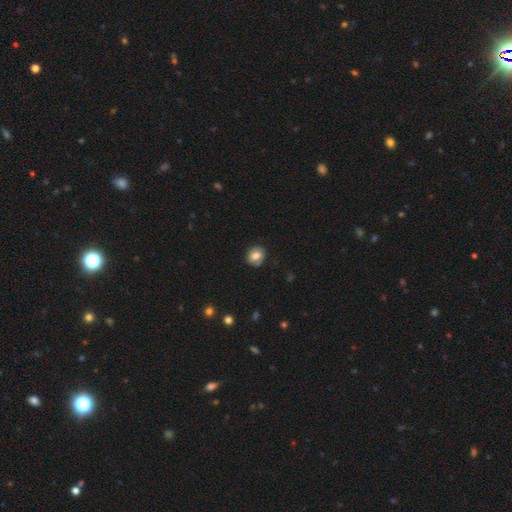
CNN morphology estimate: Q: Smooth or featured?
A: smooth (74%); runner-up: featured or disk (18%)
Q: How rounded?
A: round (69%); runner-up: in between (30%)
Q: Merging?
A: none (83%); runner-up: minor disturbance (13%)